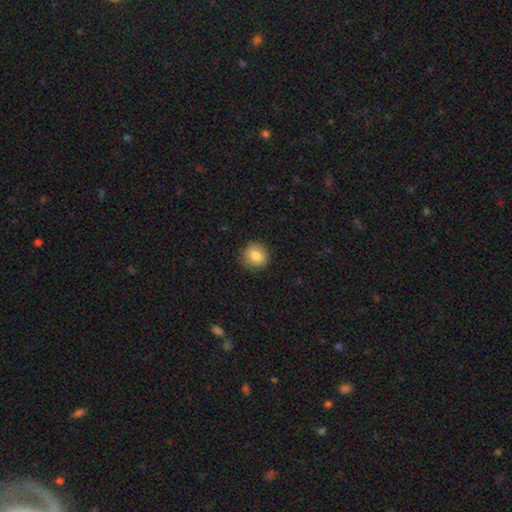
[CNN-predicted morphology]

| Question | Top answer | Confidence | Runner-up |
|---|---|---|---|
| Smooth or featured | smooth | 83% | star or artifact (9%) |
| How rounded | round | 85% | in between (14%) |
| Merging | none | 86% | minor disturbance (11%) |